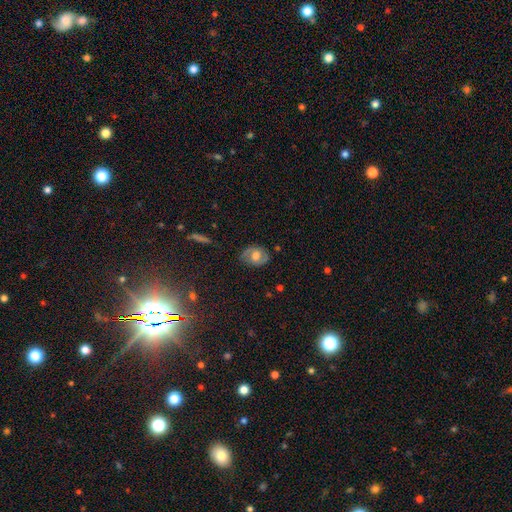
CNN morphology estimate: smooth-or-featured: featured or disk: 48% | smooth: 44% | star or artifact: 9%
  merging: none: 77% | minor disturbance: 17% | major disturbance: 5% | merger: 1%